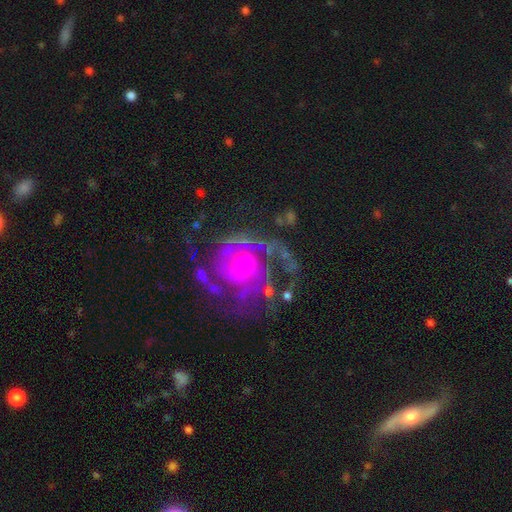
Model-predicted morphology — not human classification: featured or disk 90%, star or artifact 6%, smooth 4%. Down the decision tree: edge-on disk — no (98%); bar — no (68%); spiral arms — yes (96%); spiral arm count — 2 (35%); spiral winding — tight (46%); bulge size — moderate (71%); merging — none (60%).